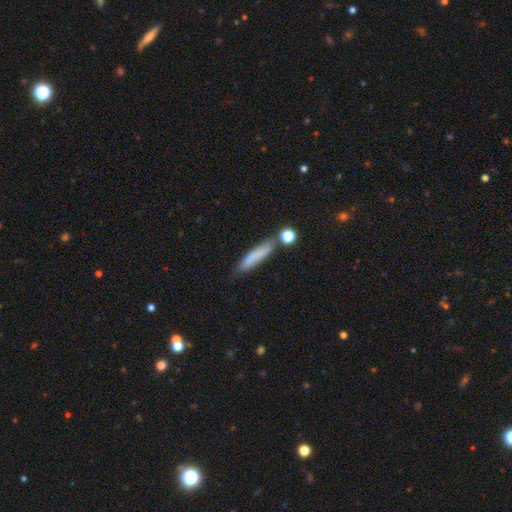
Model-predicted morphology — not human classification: This appears to be a smooth galaxy with no disk features (74%) that is cigar-shaped (86%). Merging: none (69%).